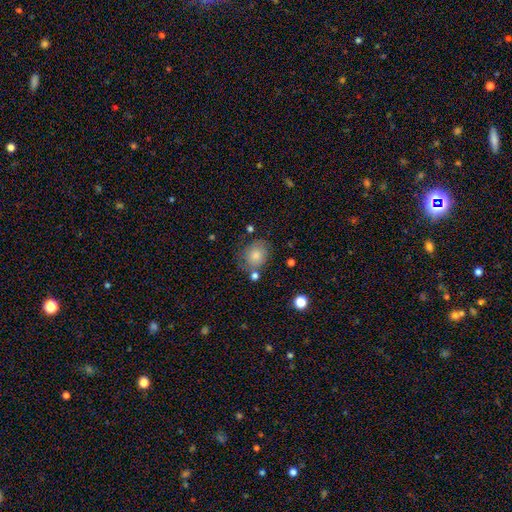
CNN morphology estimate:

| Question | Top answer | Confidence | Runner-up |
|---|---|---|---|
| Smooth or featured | smooth | 77% | featured or disk (14%) |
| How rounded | round | 67% | in between (32%) |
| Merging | none | 64% | minor disturbance (20%) |